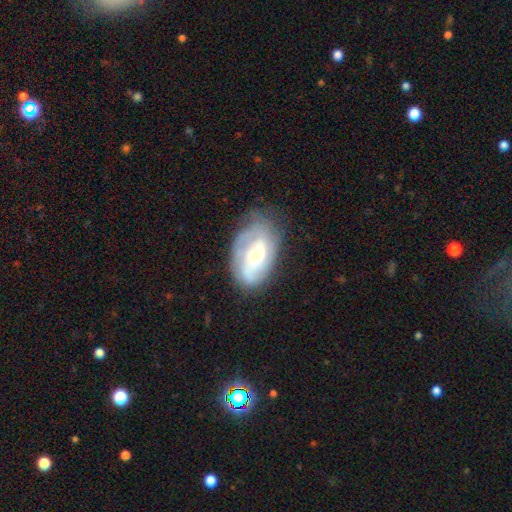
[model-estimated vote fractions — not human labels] Smooth or featured: featured or disk — 65% (smooth — 28%)
Edge-on disk: no — 96% (yes — 4%)
Bar: no — 60% (weak — 31%)
Spiral arms: yes — 83% (no — 17%)
Spiral winding: tight — 47% (medium — 37%)
Spiral arm count: 2 — 39% (can't tell — 37%)
Bulge size: small — 48% (moderate — 37%)
Merging: none — 59% (minor disturbance — 26%)